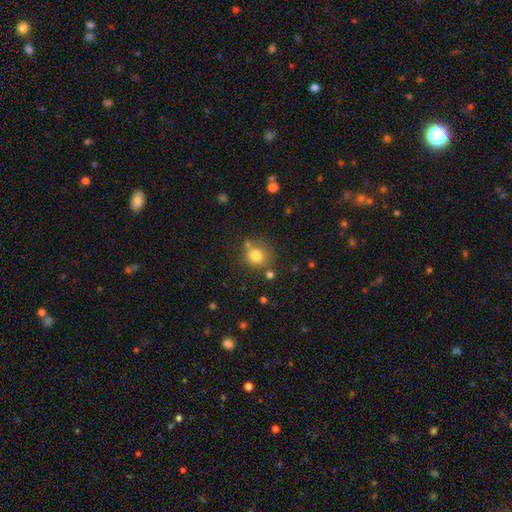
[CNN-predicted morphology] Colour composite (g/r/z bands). It shows a smooth galaxy with no disk features (78%) that is round (88%). Merging: none (73%).